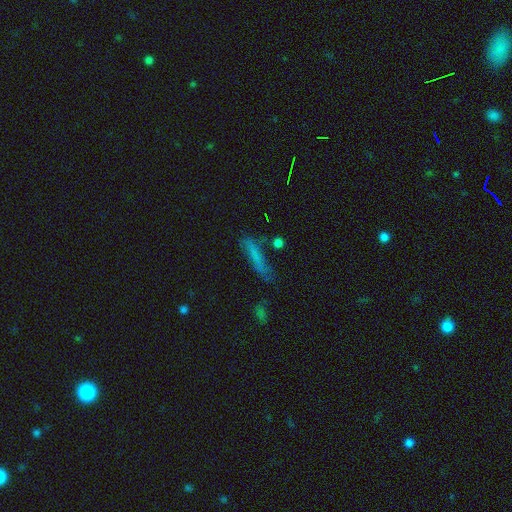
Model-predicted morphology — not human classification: Smooth or featured? Predicted: smooth (p=0.63). How rounded? Predicted: cigar-shaped (p=0.85). Merging? Predicted: none (p=0.64).